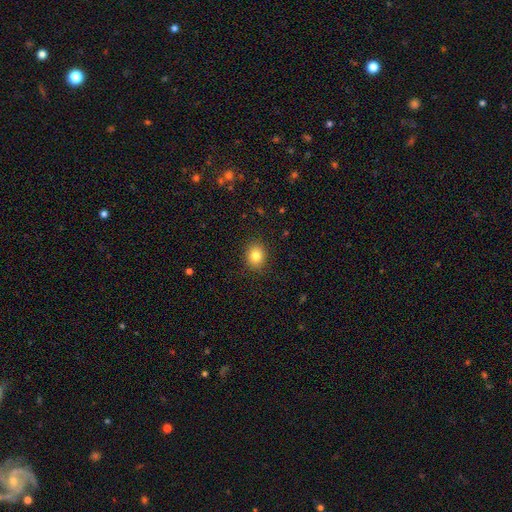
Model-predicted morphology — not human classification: smooth 82%, star or artifact 11%, featured or disk 7%. Down the decision tree: how rounded — round (63%); merging — none (90%).